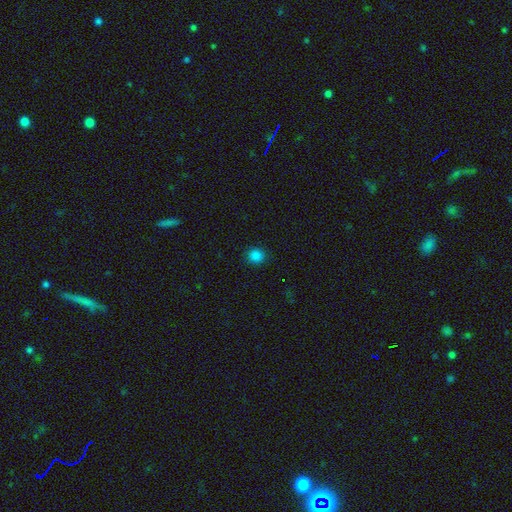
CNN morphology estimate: A smooth galaxy with no disk features (84%) that is round (88%). Merging: none (91%).